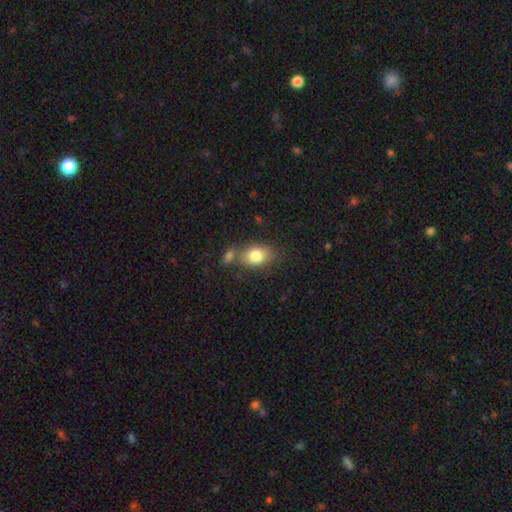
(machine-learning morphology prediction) smooth 80%, featured or disk 11%, star or artifact 8%. Down the decision tree: how rounded — in between (73%); merging — none (61%).